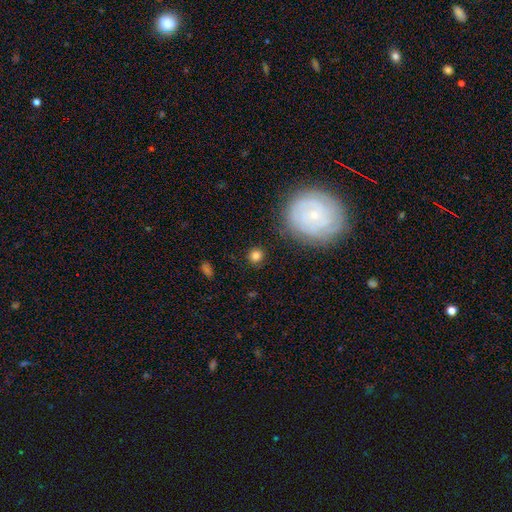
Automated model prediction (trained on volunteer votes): The model was most divided on "smooth or featured": smooth: 80%, star or artifact: 12%, featured or disk: 8%. More confident: how rounded — round (89%); merging — none (88%).